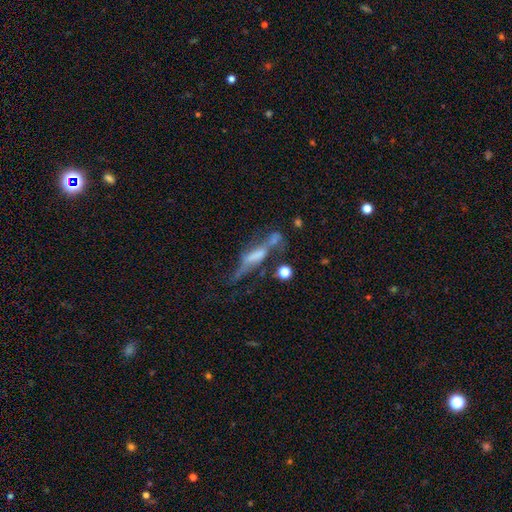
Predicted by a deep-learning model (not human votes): featured or disk 61%, smooth 24%, star or artifact 15%. Down the decision tree: edge-on disk — yes (62%); merging — none (35%).